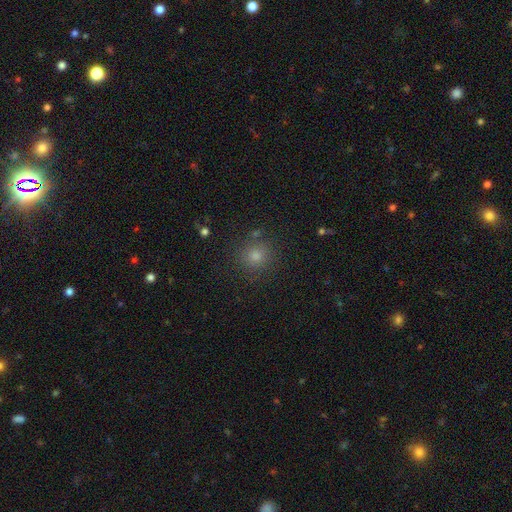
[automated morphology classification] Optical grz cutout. It shows a smooth galaxy with no disk features (73%) that is round (93%). Merging: none (86%).